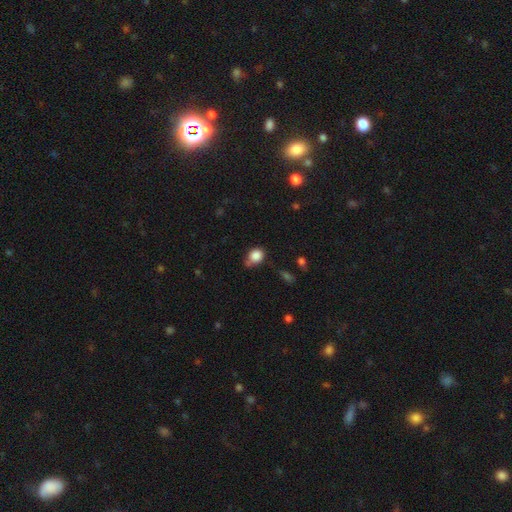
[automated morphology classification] smooth_or_featured: smooth (p=0.85) [alt: star or artifact p=0.10]
how_rounded: round (p=0.65) [alt: in between p=0.34]
merging: none (p=0.56) [alt: minor disturbance p=0.27]